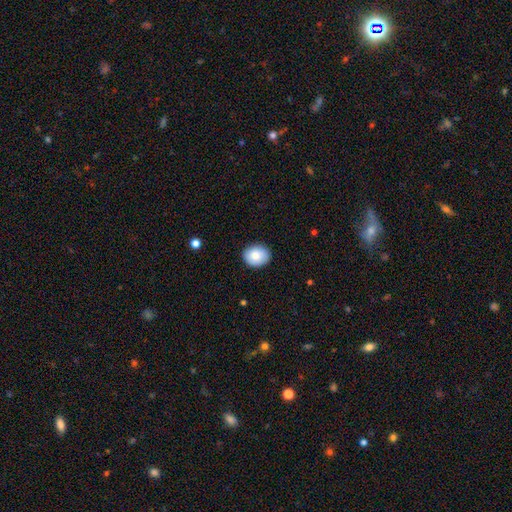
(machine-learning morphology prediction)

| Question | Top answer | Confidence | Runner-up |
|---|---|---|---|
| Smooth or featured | smooth | 83% | featured or disk (9%) |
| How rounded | round | 55% | in between (44%) |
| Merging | none | 86% | minor disturbance (10%) |